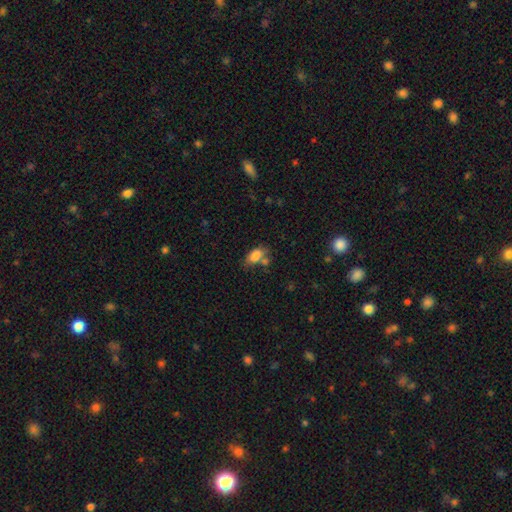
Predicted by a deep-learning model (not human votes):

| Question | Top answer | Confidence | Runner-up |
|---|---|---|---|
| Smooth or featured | smooth | 81% | featured or disk (10%) |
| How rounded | in between | 89% | round (7%) |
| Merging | none | 50% | merger (22%) |